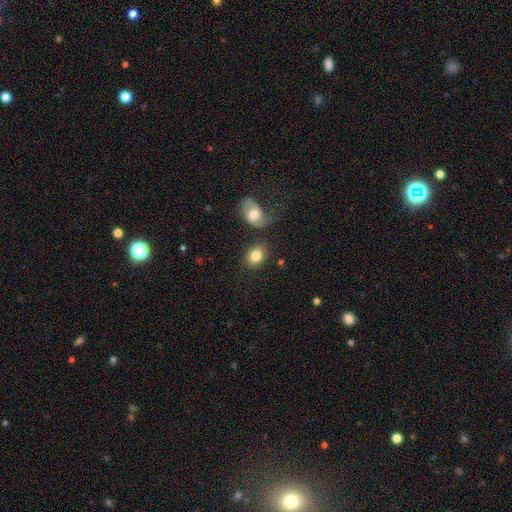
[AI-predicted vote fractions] This appears to be a smooth galaxy with no disk features (82%) that is in between round and cigar-shaped (65%). Merging: none (74%).